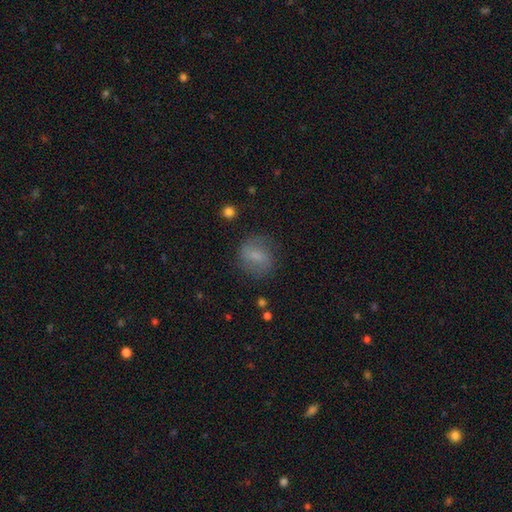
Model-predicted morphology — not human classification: A smooth galaxy with no disk features (62%) that is round (64%).

Vote fractions:
- Smooth or featured? smooth: 62% / featured or disk: 27% / star or artifact: 11%
- How rounded? round: 64% / in between: 34% / cigar-shaped: 2%
- Merging? none: 75% / minor disturbance: 16% / major disturbance: 7% / merger: 2%